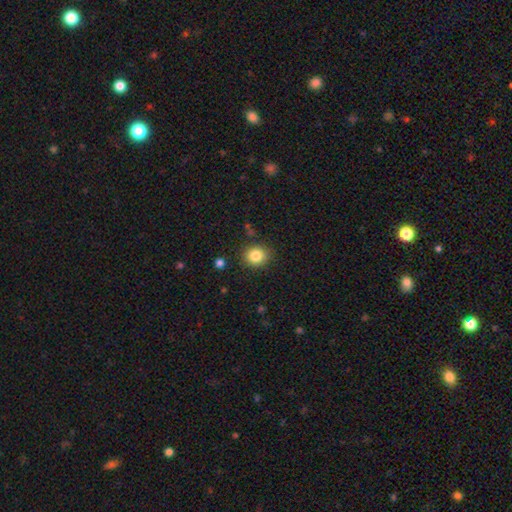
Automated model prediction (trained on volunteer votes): Smooth or featured?
  - smooth: 84% *
  - star or artifact: 10%
  - featured or disk: 6%
How rounded?
  - round: 77% *
  - in between: 22%
  - cigar-shaped: 1%
Merging?
  - none: 87% *
  - minor disturbance: 9%
  - major disturbance: 3%
  - merger: 2%